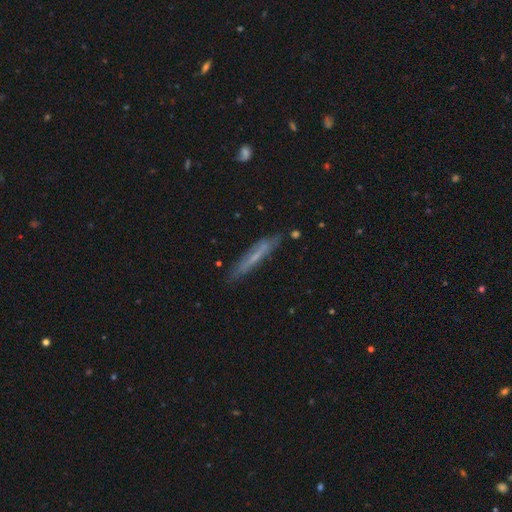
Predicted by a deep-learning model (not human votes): A featured or disk galaxy (49%). Merging: none (76%).